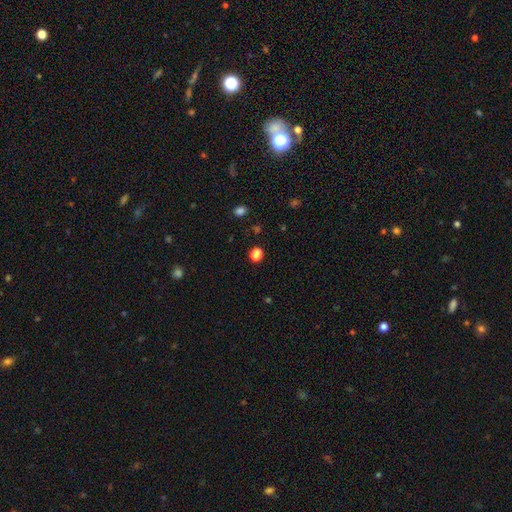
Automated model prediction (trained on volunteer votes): Smooth or featured? Predicted: smooth (p=0.70). How rounded? Predicted: round (p=0.59). Merging? Predicted: none (p=0.83).